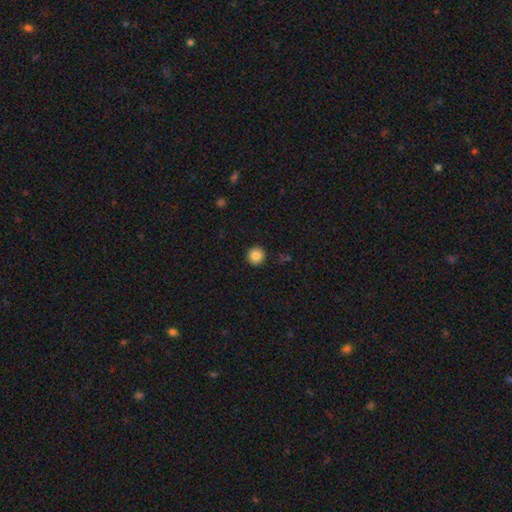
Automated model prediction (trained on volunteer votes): Smooth or featured?
  - smooth: 85% *
  - star or artifact: 10%
  - featured or disk: 5%
How rounded?
  - round: 96% *
  - in between: 3%
  - cigar-shaped: 1%
Merging?
  - none: 92% *
  - minor disturbance: 5%
  - major disturbance: 2%
  - merger: 1%